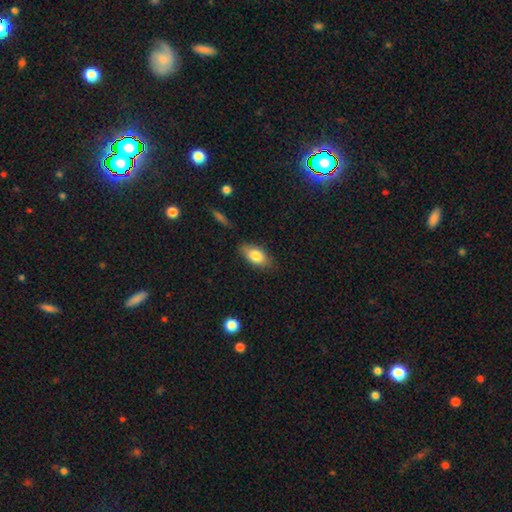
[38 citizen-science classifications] Overall: smooth (79%). How rounded: in between (90%). Merging: none (86%).